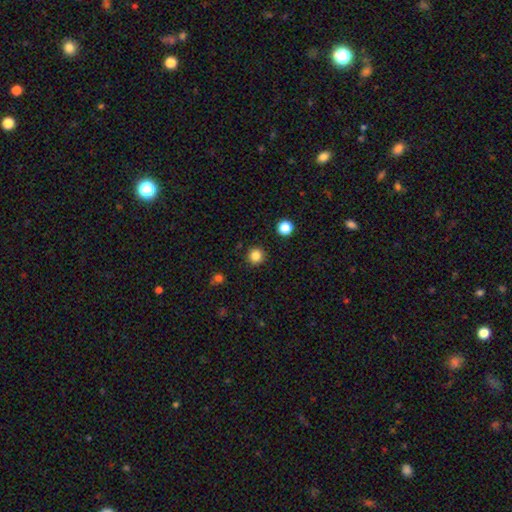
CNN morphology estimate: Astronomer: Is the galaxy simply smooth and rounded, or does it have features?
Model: smooth — 83%.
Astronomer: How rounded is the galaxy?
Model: round — 95%.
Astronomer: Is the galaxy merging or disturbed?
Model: none — 91%.